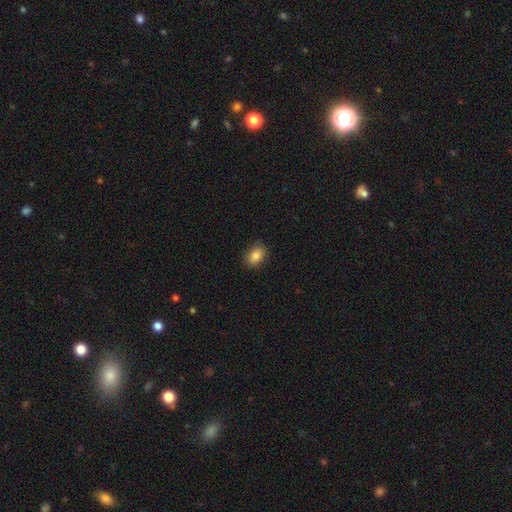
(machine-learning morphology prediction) Smooth or featured?
  - smooth: 84% *
  - star or artifact: 9%
  - featured or disk: 7%
How rounded?
  - in between: 82% *
  - round: 16%
  - cigar-shaped: 1%
Merging?
  - none: 88% *
  - minor disturbance: 9%
  - major disturbance: 2%
  - merger: 1%